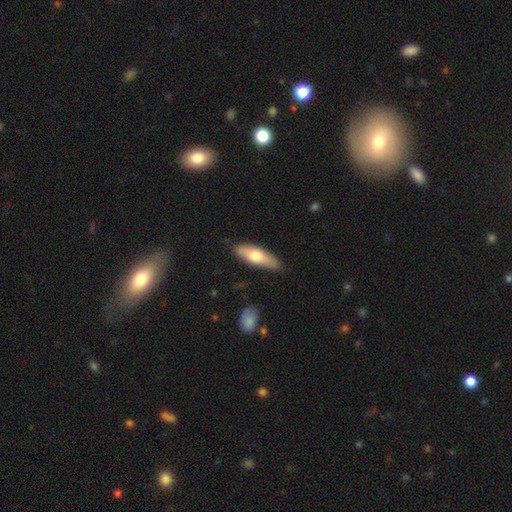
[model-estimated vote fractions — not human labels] Smooth or featured? Predicted: smooth (p=0.62). How rounded? Predicted: in between (p=0.50). Merging? Predicted: none (p=0.85).